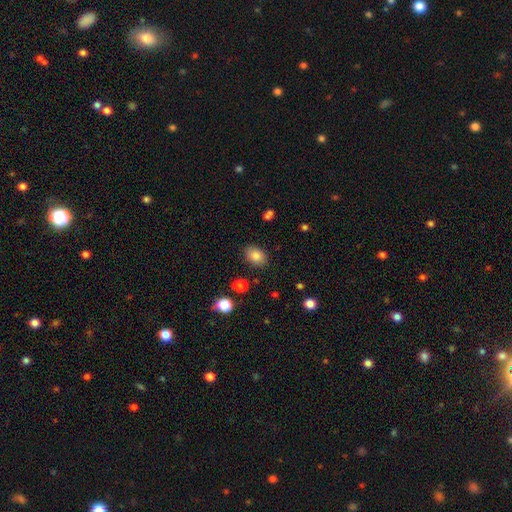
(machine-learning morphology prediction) Smooth or featured: smooth — 84% (star or artifact — 10%)
How rounded: in between — 76% (round — 23%)
Merging: none — 86% (minor disturbance — 10%)